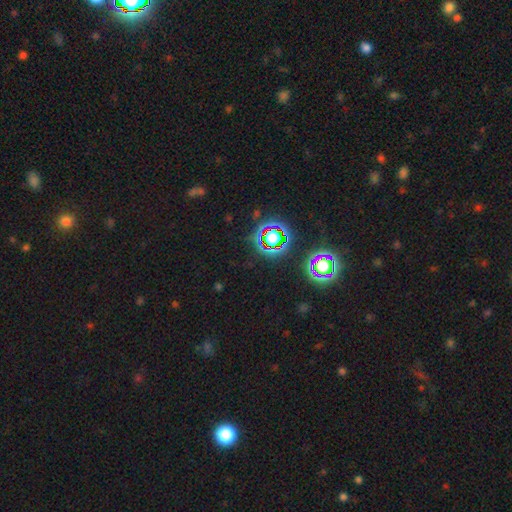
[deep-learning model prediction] This appears to be a star or artifact, not a galaxy (77%).